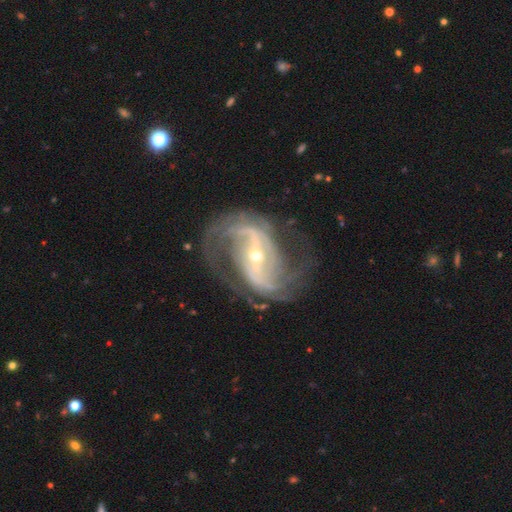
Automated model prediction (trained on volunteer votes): Overall: featured or disk (91%). Edge-on disk: no (97%). Bar: strong (54%; weak 32%). Spiral arms: yes (97%). Spiral arm count: 2 (74%). Spiral winding: medium (44%; loose 42%). Bulge size: small (68%). Merging: none (68%).